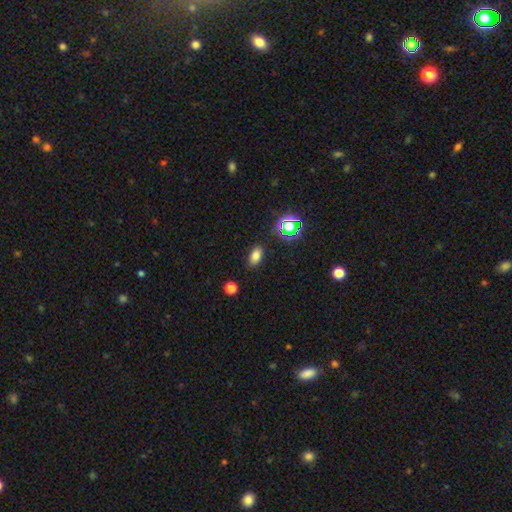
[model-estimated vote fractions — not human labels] The model was most divided on "smooth or featured": smooth: 77%, star or artifact: 17%, featured or disk: 6%. More confident: how rounded — in between (86%); merging — none (86%).